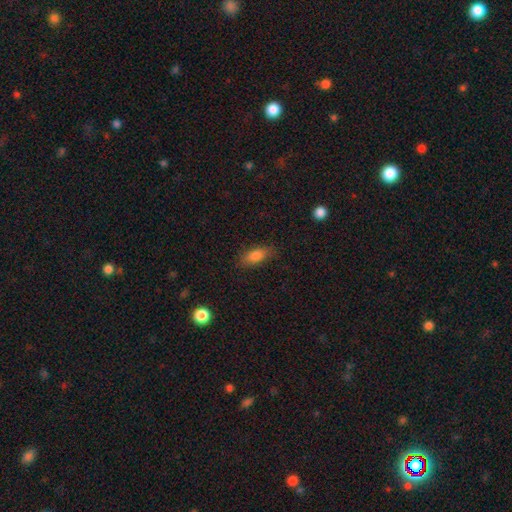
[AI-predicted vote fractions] smooth_or_featured: smooth (p=0.83) [alt: featured or disk p=0.09]
how_rounded: in between (p=0.81) [alt: cigar-shaped p=0.16]
merging: none (p=0.81) [alt: minor disturbance p=0.14]